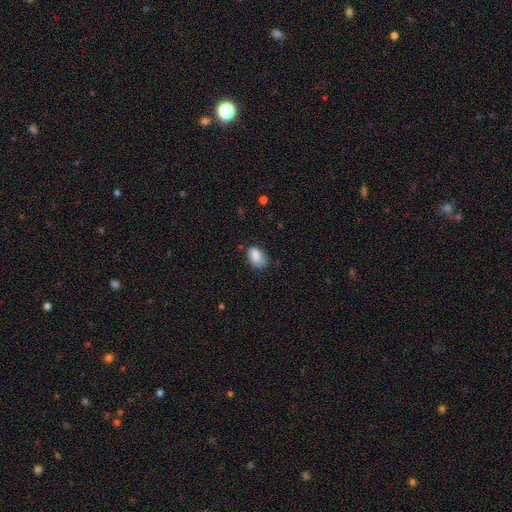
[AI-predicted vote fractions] smooth-or-featured: smooth: 80% | featured or disk: 12% | star or artifact: 8%
  how-rounded: in between: 82% | round: 16% | cigar-shaped: 1%
  merging: none: 58% | minor disturbance: 31% | major disturbance: 8% | merger: 2%